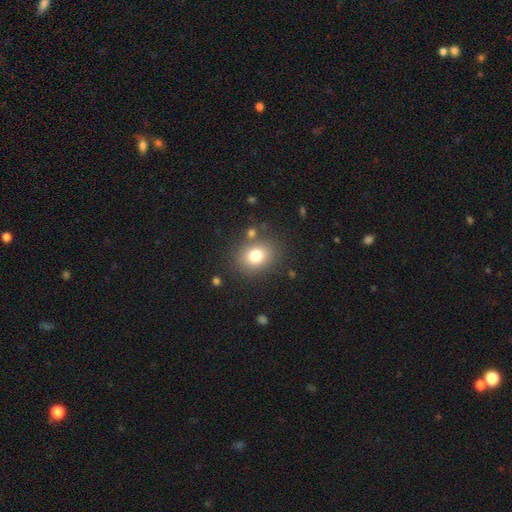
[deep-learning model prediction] smooth_or_featured: smooth (p=0.77) [alt: star or artifact p=0.12]
how_rounded: round (p=0.58) [alt: in between p=0.41]
merging: none (p=0.80) [alt: minor disturbance p=0.10]